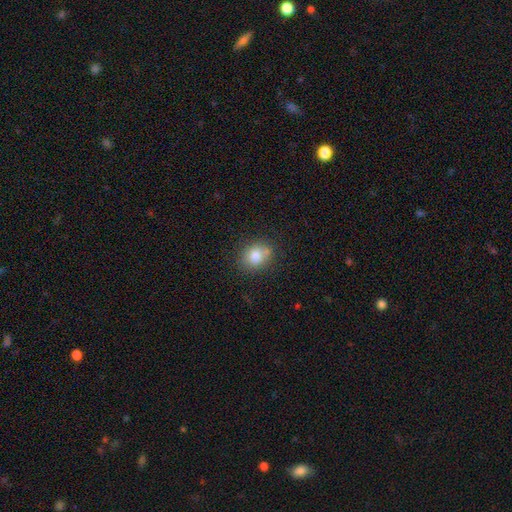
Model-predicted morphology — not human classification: Smooth or featured? Predicted: smooth (p=0.78). How rounded? Predicted: round (p=0.57). Merging? Predicted: none (p=0.69).